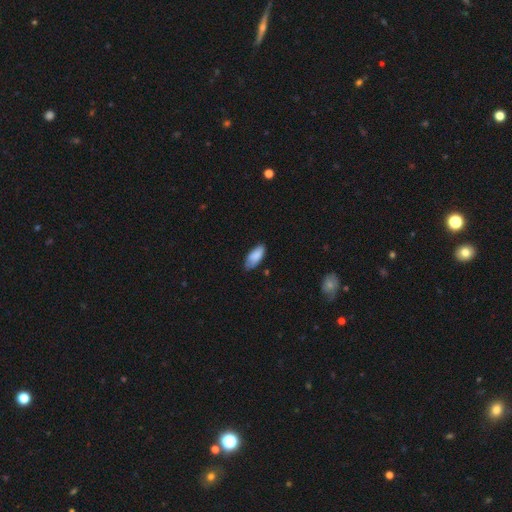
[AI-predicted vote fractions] Q: Smooth or featured?
A: smooth (84%); runner-up: featured or disk (10%)
Q: How rounded?
A: in between (85%); runner-up: cigar-shaped (13%)
Q: Merging?
A: none (68%); runner-up: minor disturbance (26%)